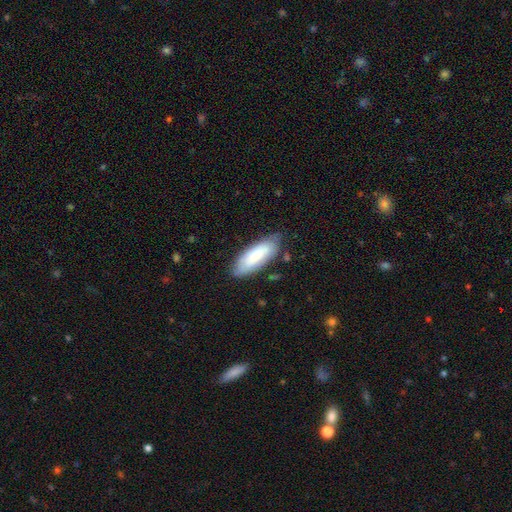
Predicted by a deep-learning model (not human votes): Smooth or featured? smooth (77%)
How rounded? in between (70%)
Merging? none (76%)